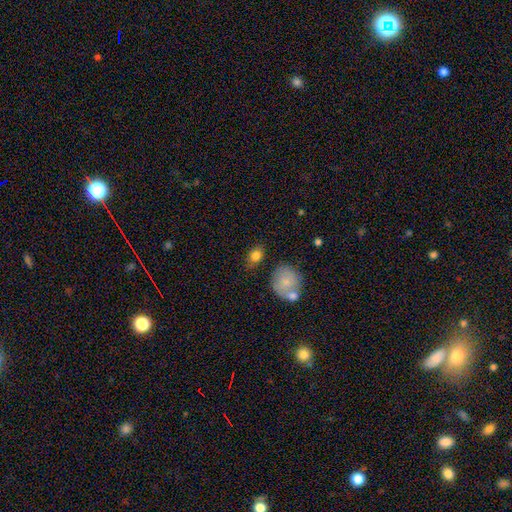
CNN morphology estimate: A smooth galaxy with no disk features (82%) that is in between round and cigar-shaped (71%). Merging: none (72%).